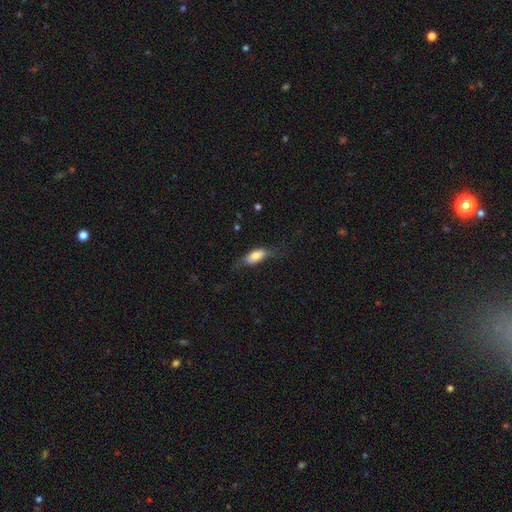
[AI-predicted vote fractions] smooth 67%, featured or disk 26%, star or artifact 7%. Down the decision tree: how rounded — in between (77%); merging — none (49%).